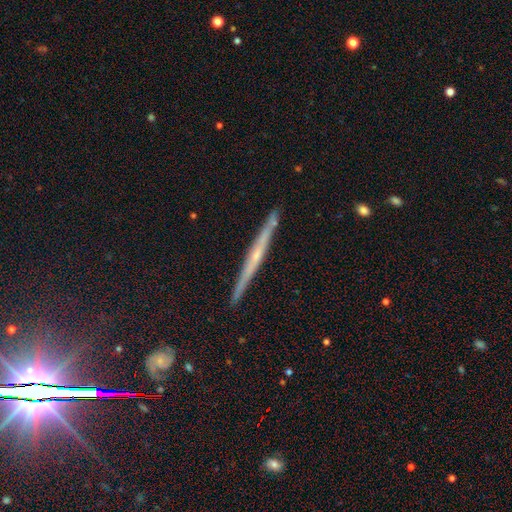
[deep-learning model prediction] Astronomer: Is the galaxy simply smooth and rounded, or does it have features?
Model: featured or disk — 73%.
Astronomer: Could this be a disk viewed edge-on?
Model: yes — 97%.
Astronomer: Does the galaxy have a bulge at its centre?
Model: none — 53% (runner-up: rounded, 40%).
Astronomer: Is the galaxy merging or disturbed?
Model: none — 89%.